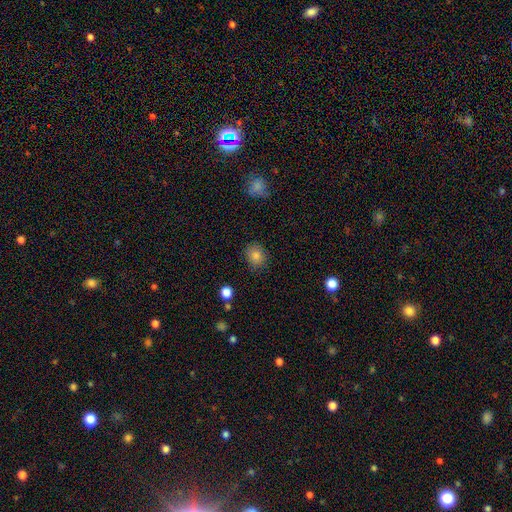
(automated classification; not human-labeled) This is clearly a smooth galaxy (82%). How rounded: likely round (63%). Merging: clearly none (85%).